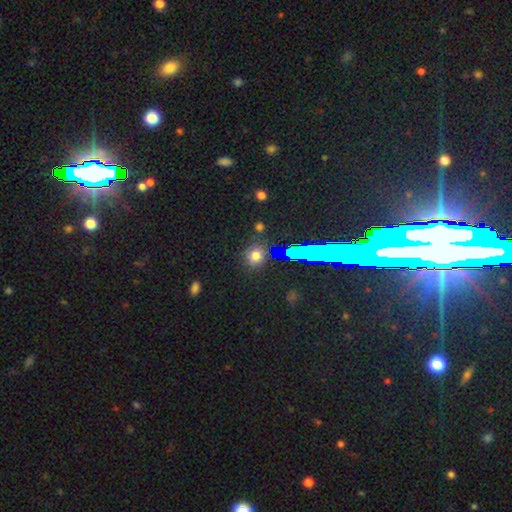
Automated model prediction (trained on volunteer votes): Smooth or featured?
  - smooth: 71% *
  - star or artifact: 23%
  - featured or disk: 6%
How rounded?
  - round: 83% *
  - in between: 15%
  - cigar-shaped: 2%
Merging?
  - none: 85% *
  - minor disturbance: 8%
  - merger: 3%
  - major disturbance: 3%